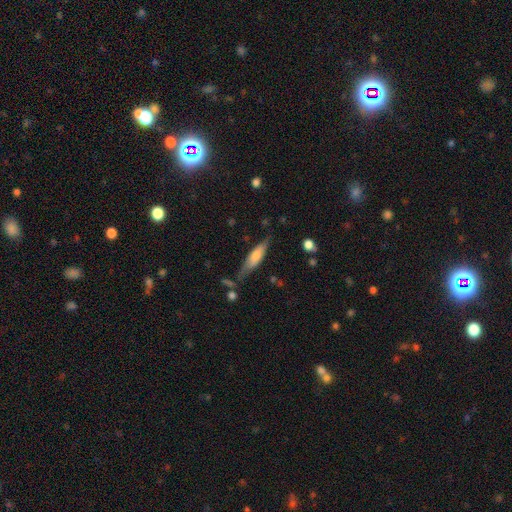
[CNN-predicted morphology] The model was most divided on "smooth or featured": smooth: 53%, featured or disk: 41%, star or artifact: 7%. More confident: how rounded — cigar-shaped (72%); merging — none (67%).